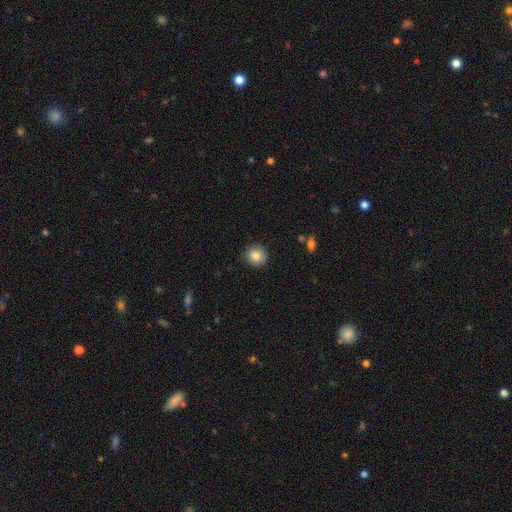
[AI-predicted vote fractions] Smooth or featured? smooth (85%)
How rounded? round (90%)
Merging? none (89%)